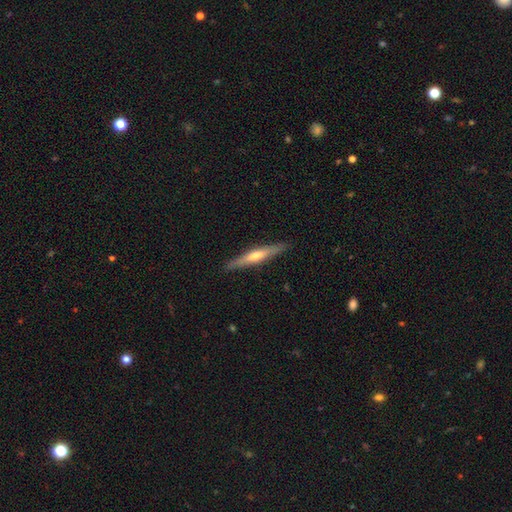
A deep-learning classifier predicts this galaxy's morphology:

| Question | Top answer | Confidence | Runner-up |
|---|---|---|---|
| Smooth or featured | featured or disk | 58% | smooth (36%) |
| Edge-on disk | yes | 95% | no (5%) |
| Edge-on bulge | rounded | 73% | none (18%) |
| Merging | none | 90% | minor disturbance (8%) |